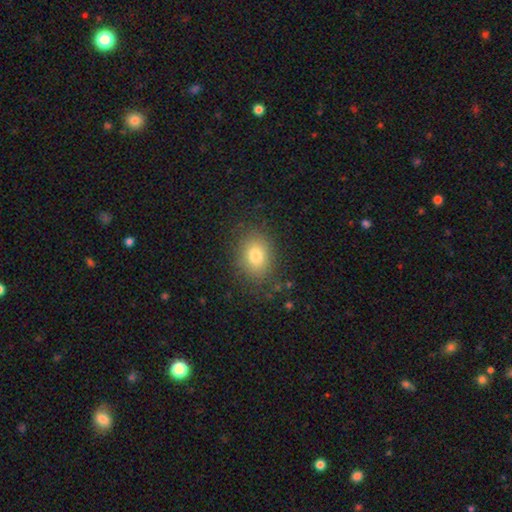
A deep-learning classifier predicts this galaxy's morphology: type=smooth (80%); roundness=in between (59%); merging=none (83%).